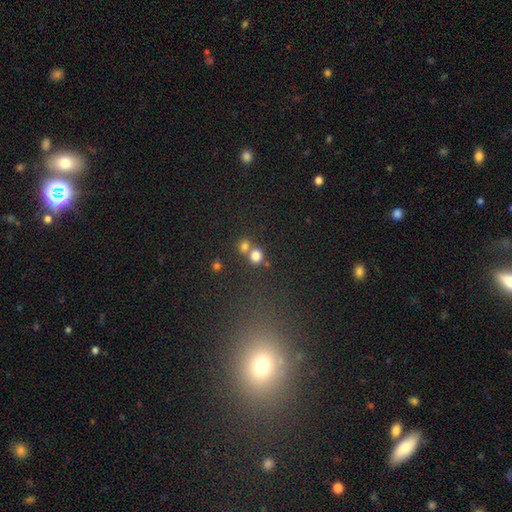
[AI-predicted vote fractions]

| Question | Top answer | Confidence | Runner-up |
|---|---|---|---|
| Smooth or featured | smooth | 78% | star or artifact (14%) |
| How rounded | round | 78% | in between (21%) |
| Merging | none | 46% | merger (44%) |